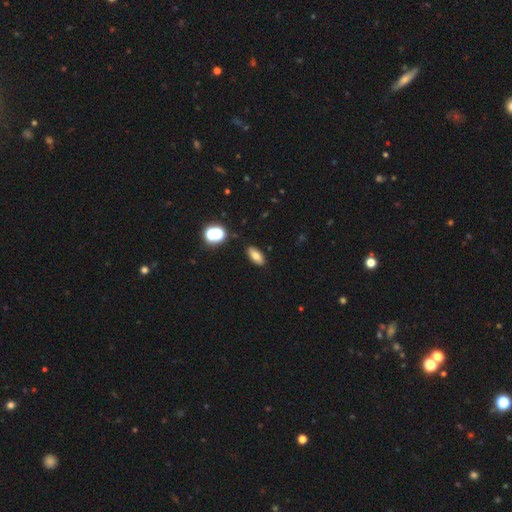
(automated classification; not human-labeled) Overall: smooth (74%). How rounded: in between (84%). Merging: none (88%).